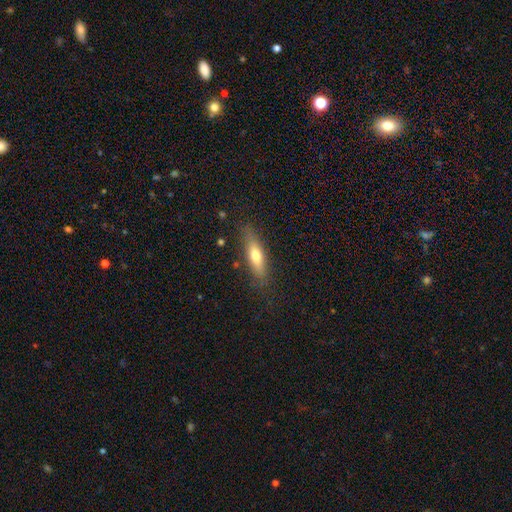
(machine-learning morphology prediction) A smooth galaxy with no disk features (64%) that is cigar-shaped (56%). Merging: none (82%).